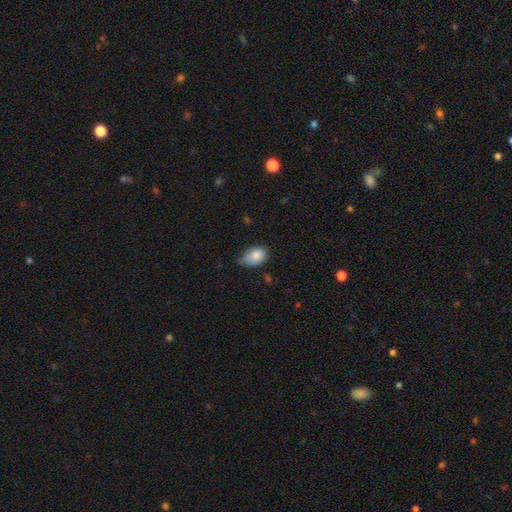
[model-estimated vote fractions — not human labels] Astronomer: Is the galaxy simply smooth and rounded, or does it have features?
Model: smooth — 85%.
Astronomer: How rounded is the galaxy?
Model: in between — 87%.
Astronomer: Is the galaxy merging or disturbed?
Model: none — 50% (runner-up: minor disturbance, 40%).